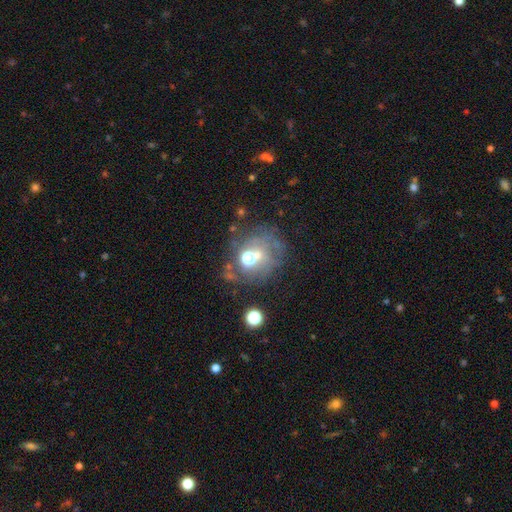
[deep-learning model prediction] The model was most divided on "smooth or featured": smooth: 39%, featured or disk: 35%, star or artifact: 26%. More confident: merging — none (52%).